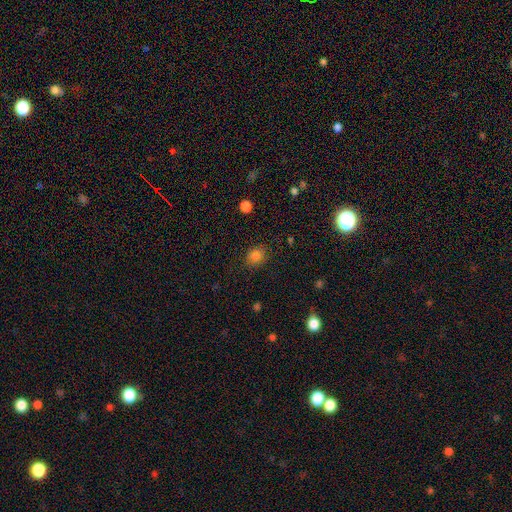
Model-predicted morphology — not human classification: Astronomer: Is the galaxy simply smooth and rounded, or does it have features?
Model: smooth — 82%.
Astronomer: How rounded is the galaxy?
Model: round — 71%.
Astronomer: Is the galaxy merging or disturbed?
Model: none — 84%.